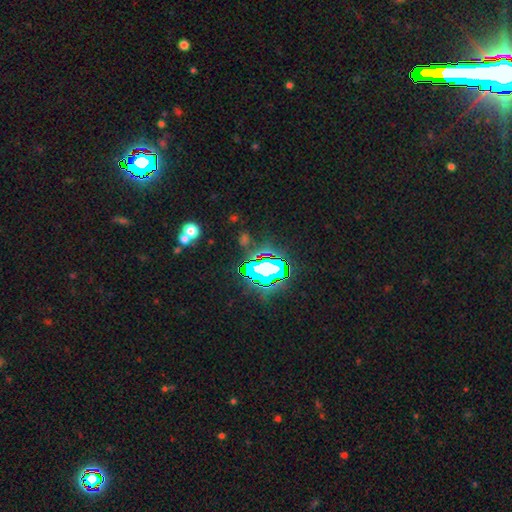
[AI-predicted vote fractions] A star or artifact, not a galaxy (80%).

Vote fractions:
- Smooth or featured? star or artifact: 80% / smooth: 11% / featured or disk: 8%